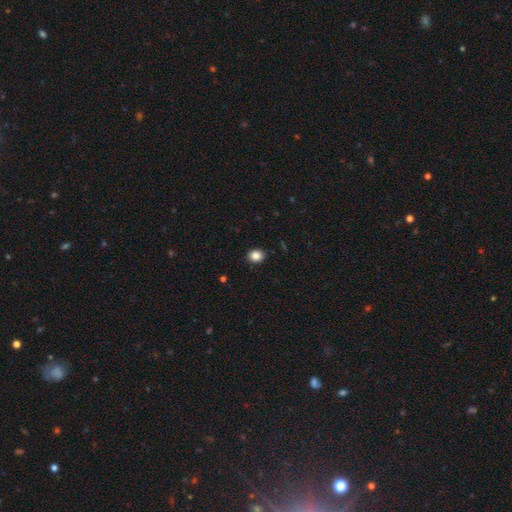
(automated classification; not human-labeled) A smooth galaxy with no disk features (86%) that is round (61%). Merging: none (89%).